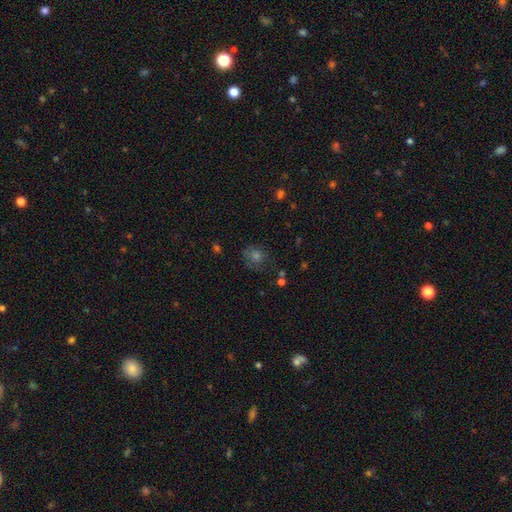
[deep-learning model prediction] Smooth or featured?
  - smooth: 57% *
  - star or artifact: 26%
  - featured or disk: 16%
How rounded?
  - round: 72% *
  - in between: 27%
  - cigar-shaped: 1%
Merging?
  - none: 71% *
  - minor disturbance: 19%
  - major disturbance: 7%
  - merger: 3%